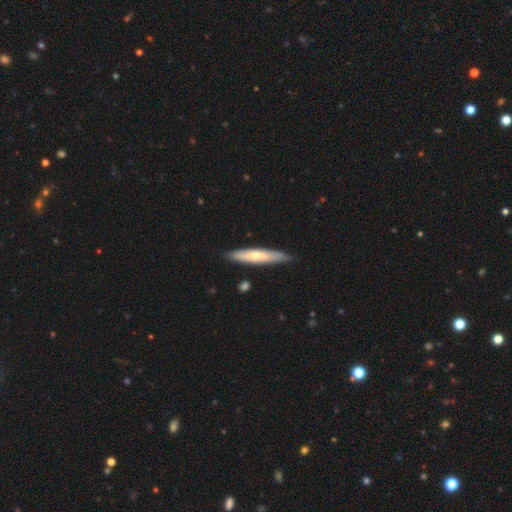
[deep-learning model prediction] This is possibly a smooth galaxy (55%). How rounded: clearly cigar-shaped (86%). Merging: clearly none (86%).